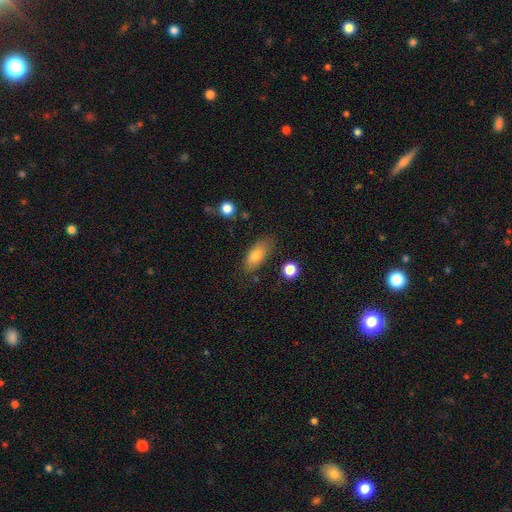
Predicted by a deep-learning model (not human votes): Smooth or featured: smooth — 76% (featured or disk — 16%)
How rounded: in between — 83% (cigar-shaped — 13%)
Merging: none — 76% (minor disturbance — 17%)